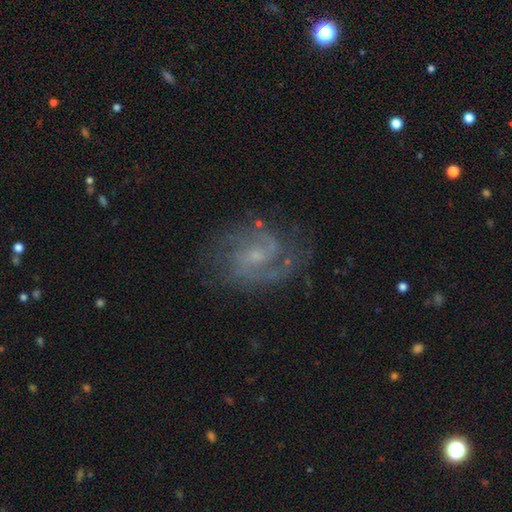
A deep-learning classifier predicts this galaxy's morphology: Smooth or featured? featured or disk (86%)
Edge-on disk? no (98%)
Bar? weak (49%)
Spiral arms? yes (96%)
Spiral winding? medium (55%)
Spiral arm count? 2 (76%)
Bulge size? small (63%)
Merging? none (73%)